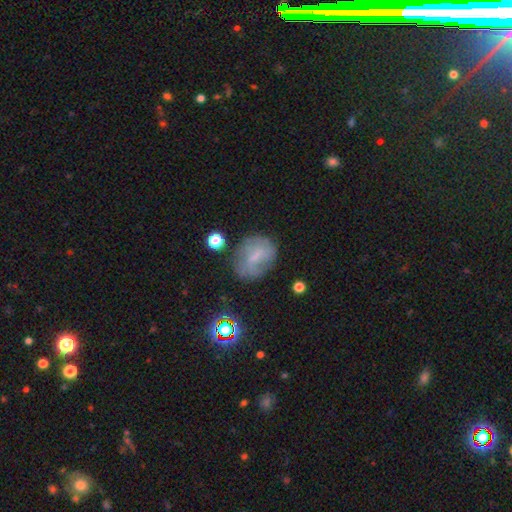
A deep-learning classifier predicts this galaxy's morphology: Smooth or featured? smooth (45%)
Merging? none (62%)